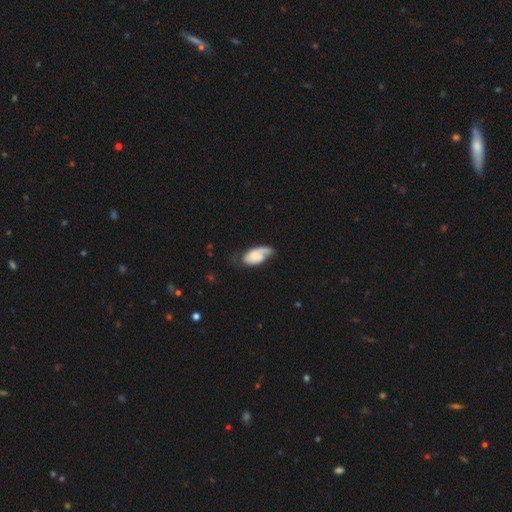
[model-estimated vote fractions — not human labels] This appears to be a featured or disk galaxy (59%) with no bar (64%), spiral arms (89%) and a small central bulge (38%). Merging: none (48%).